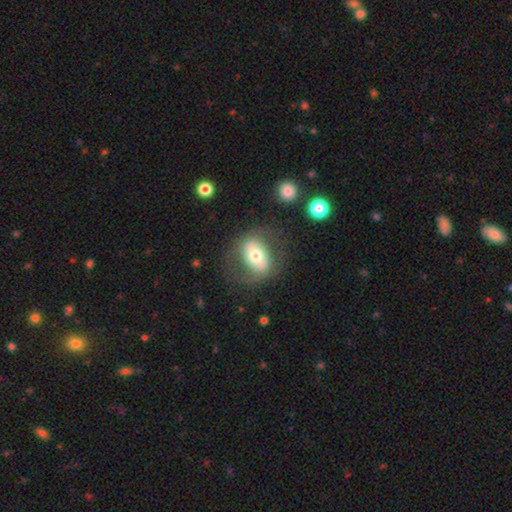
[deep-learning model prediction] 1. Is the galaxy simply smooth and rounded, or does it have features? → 49% smooth, 44% featured or disk, 7% star or artifact.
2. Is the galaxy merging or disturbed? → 69% none, 16% minor disturbance, 13% major disturbance, 3% merger.